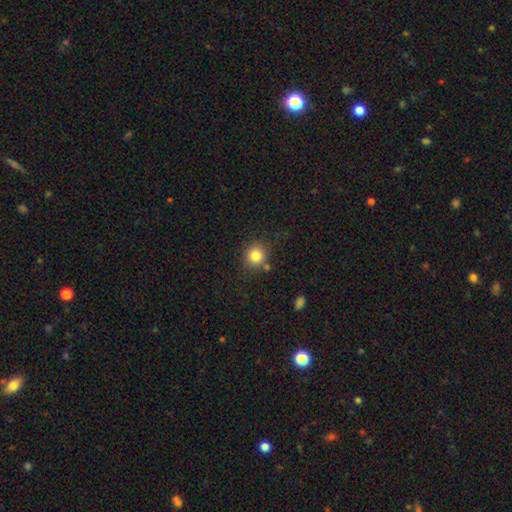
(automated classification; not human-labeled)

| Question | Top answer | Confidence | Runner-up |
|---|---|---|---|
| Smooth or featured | smooth | 82% | star or artifact (12%) |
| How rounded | round | 91% | in between (8%) |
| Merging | none | 78% | minor disturbance (10%) |